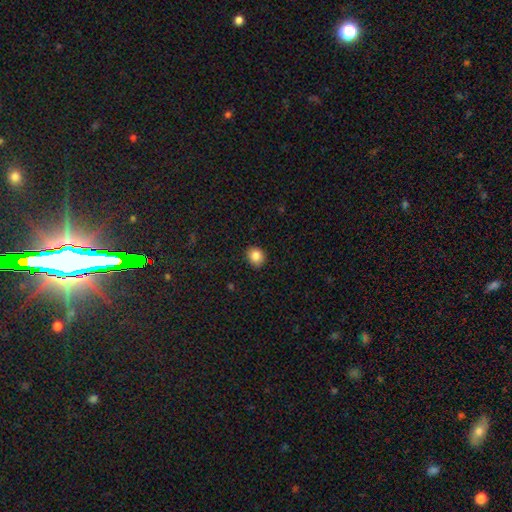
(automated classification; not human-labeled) Smooth or featured?
  - smooth: 85% *
  - star or artifact: 9%
  - featured or disk: 5%
How rounded?
  - round: 71% *
  - in between: 28%
  - cigar-shaped: 1%
Merging?
  - none: 88% *
  - minor disturbance: 9%
  - major disturbance: 2%
  - merger: 1%